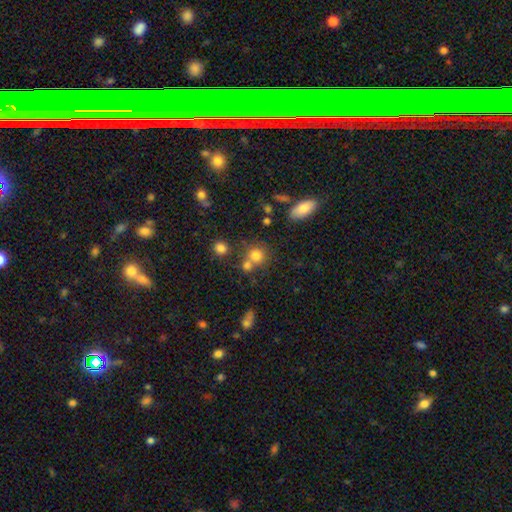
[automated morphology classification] smooth 77%, star or artifact 14%, featured or disk 10%. Down the decision tree: how rounded — round (83%); merging — none (54%).